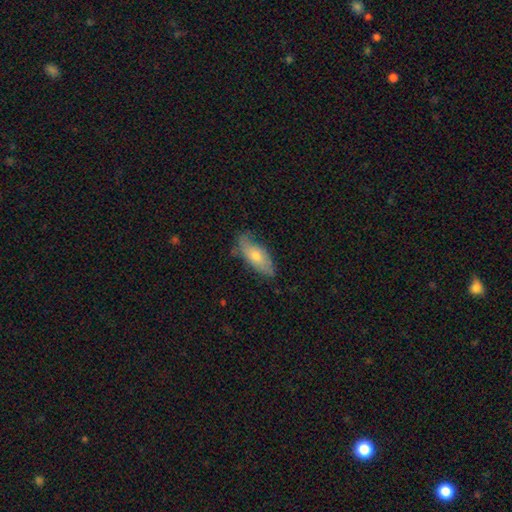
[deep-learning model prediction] Smooth or featured?
  - smooth: 61% *
  - featured or disk: 32%
  - star or artifact: 7%
How rounded?
  - in between: 70% *
  - cigar-shaped: 27%
  - round: 3%
Merging?
  - none: 68% *
  - minor disturbance: 25%
  - major disturbance: 6%
  - merger: 2%